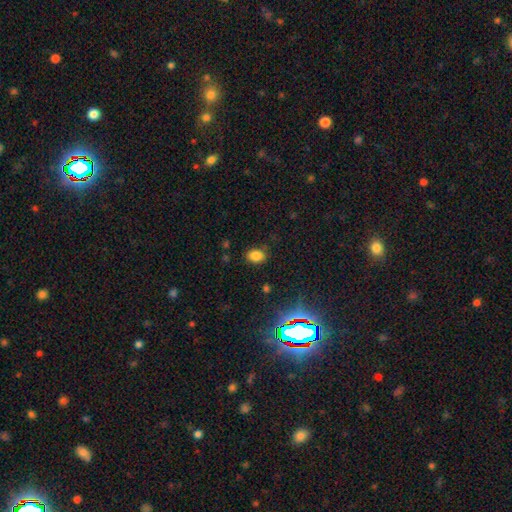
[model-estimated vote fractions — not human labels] Overall: smooth (81%). How rounded: in between (65%; round 34%). Merging: none (81%).